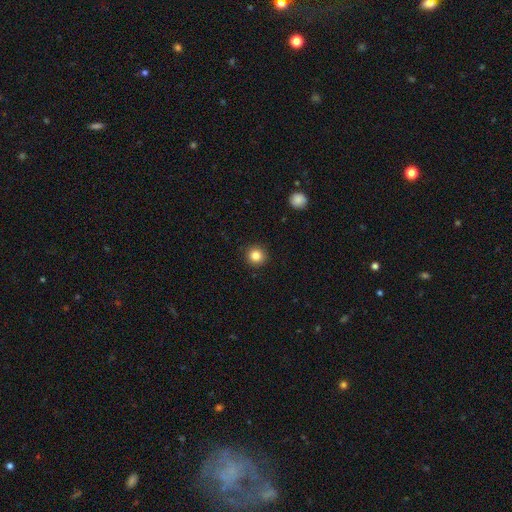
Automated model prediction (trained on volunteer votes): Smooth or featured?
  - smooth: 84% *
  - star or artifact: 11%
  - featured or disk: 5%
How rounded?
  - round: 94% *
  - in between: 5%
  - cigar-shaped: 1%
Merging?
  - none: 92% *
  - minor disturbance: 5%
  - major disturbance: 2%
  - merger: 1%